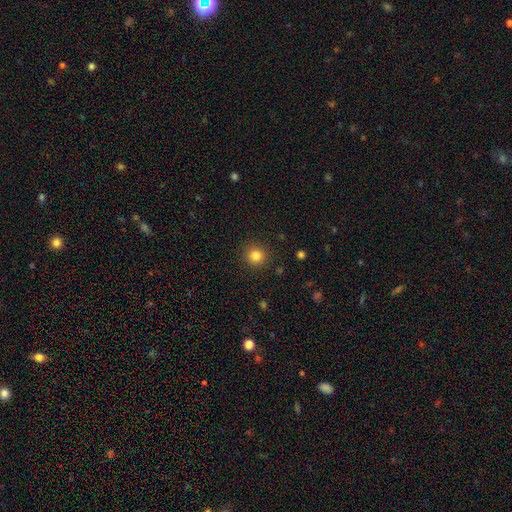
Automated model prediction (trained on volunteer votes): Morphology: type=smooth (84%); roundness=round (94%); merging=none (91%).